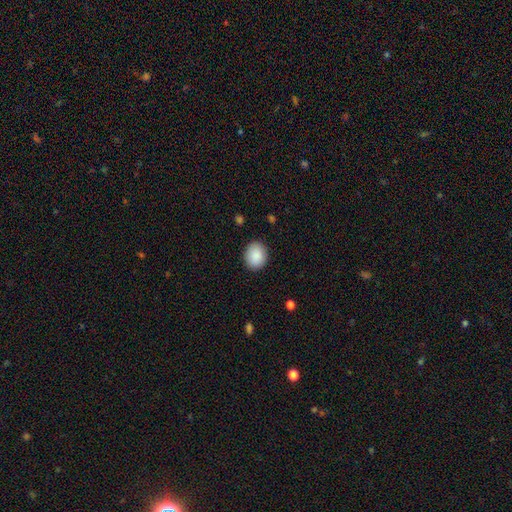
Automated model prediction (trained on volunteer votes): Smooth or featured? smooth (90%)
How rounded? round (52%)
Merging? none (89%)